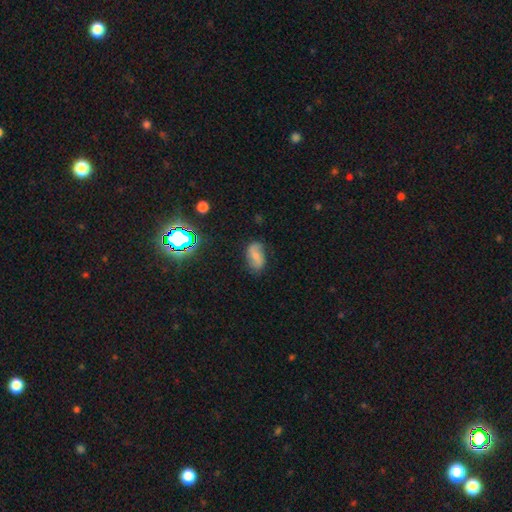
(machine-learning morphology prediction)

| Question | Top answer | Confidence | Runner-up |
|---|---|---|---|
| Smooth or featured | smooth | 55% | featured or disk (32%) |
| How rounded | in between | 90% | round (7%) |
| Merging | none | 73% | minor disturbance (20%) |